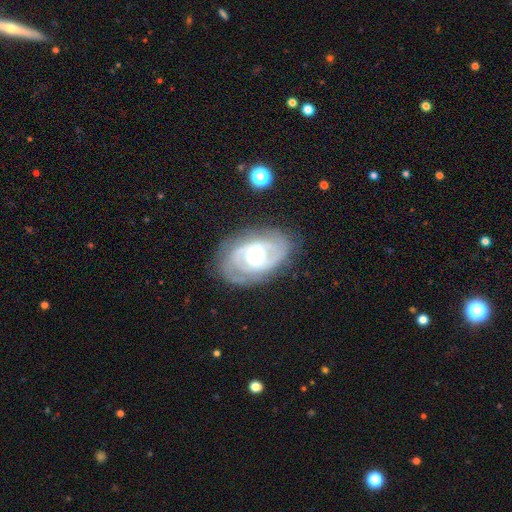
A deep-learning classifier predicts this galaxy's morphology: This appears to be a featured or disk galaxy (81%) with no bar (67%), 2 (55%) tight (58%) spiral arms (81%) and a moderate central bulge (71%). Merging: none (77%).